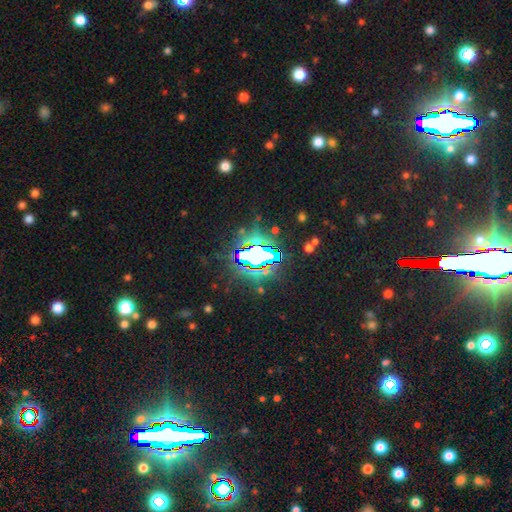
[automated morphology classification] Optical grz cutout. It shows a star or artifact, not a galaxy (73%).